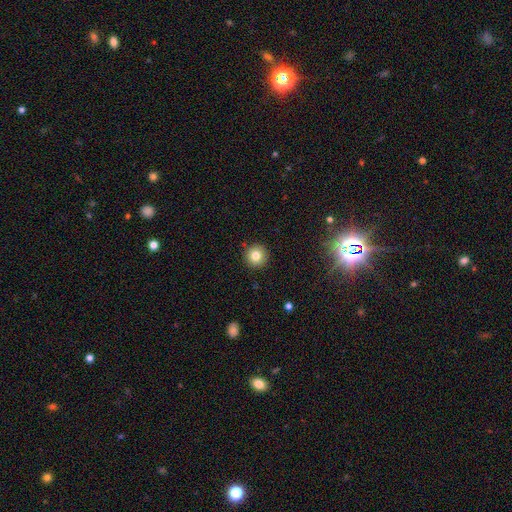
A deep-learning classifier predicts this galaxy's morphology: This is clearly a smooth galaxy (81%). How rounded: clearly round (96%). Merging: clearly none (92%).